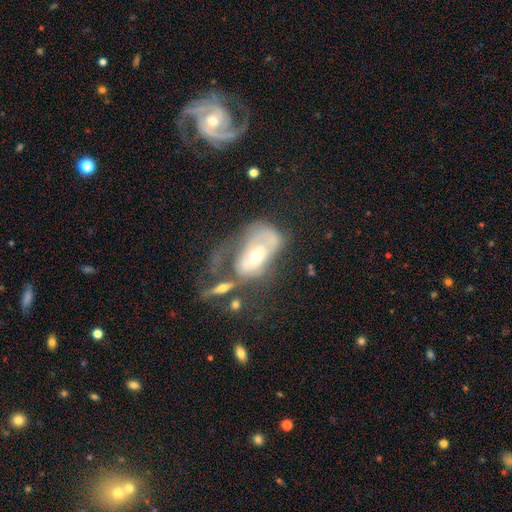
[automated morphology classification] The model was most divided on "spiral arms": yes: 51%, no: 49%. Remaining: edge-on disk — no (92%); bar — no (68%); smooth or featured — featured or disk (61%); bulge size — moderate (54%); merging — major disturbance (41%).